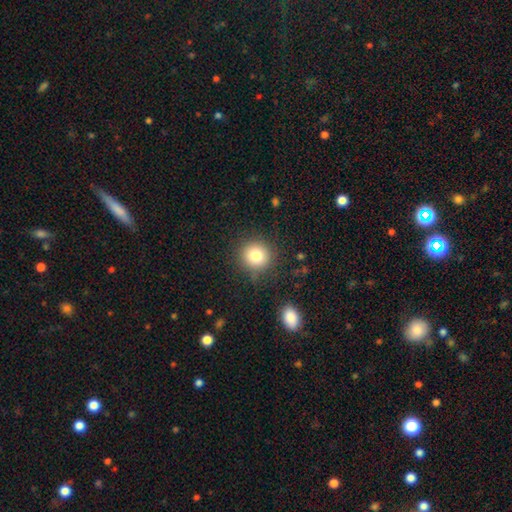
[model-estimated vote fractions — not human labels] Smooth or featured? Predicted: smooth (p=0.80). How rounded? Predicted: round (p=0.91). Merging? Predicted: none (p=0.86).